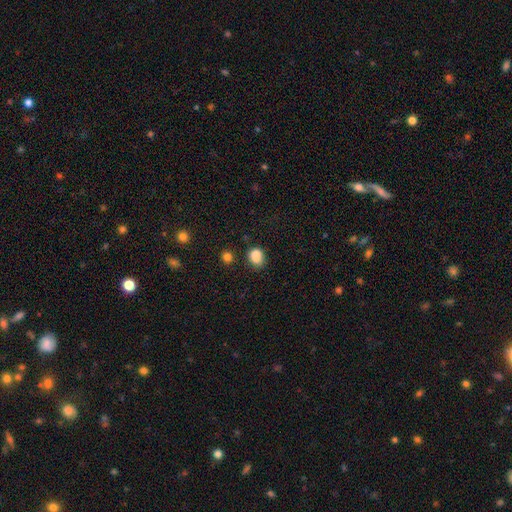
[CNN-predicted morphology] The model was most divided on "how rounded": round: 52%, in between: 47%, cigar-shaped: 1%. More confident: smooth or featured — smooth (83%); merging — none (59%).